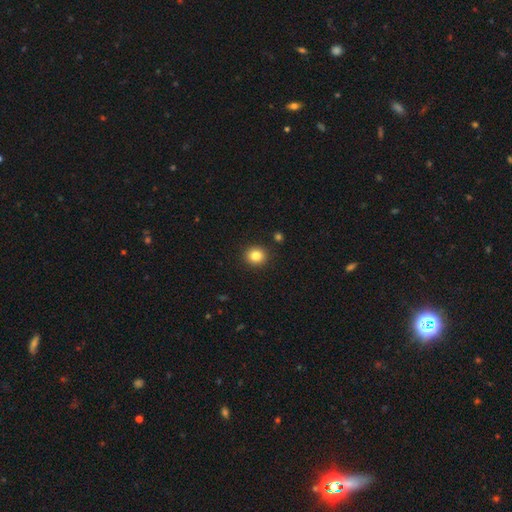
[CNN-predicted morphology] smooth_or_featured: smooth (p=0.84) [alt: star or artifact p=0.11]
how_rounded: round (p=0.85) [alt: in between p=0.14]
merging: none (p=0.90) [alt: minor disturbance p=0.06]